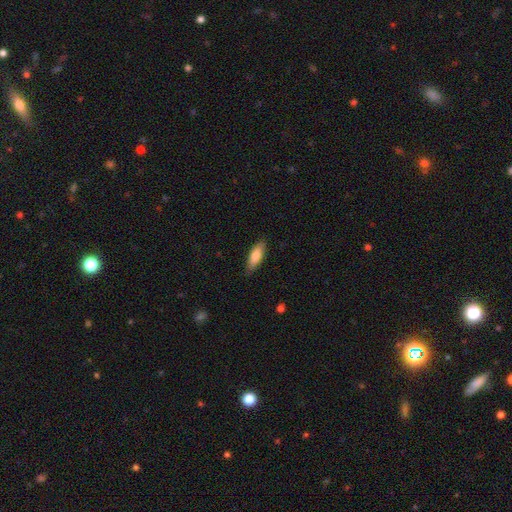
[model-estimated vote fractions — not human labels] Smooth or featured?
  - smooth: 82% *
  - featured or disk: 13%
  - star or artifact: 6%
How rounded?
  - in between: 60% *
  - cigar-shaped: 38%
  - round: 2%
Merging?
  - none: 83% *
  - minor disturbance: 14%
  - major disturbance: 2%
  - merger: 1%